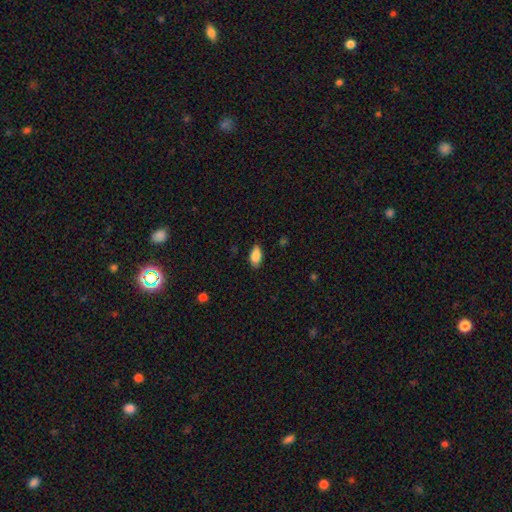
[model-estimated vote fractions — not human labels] Smooth or featured? Predicted: smooth (p=0.88). How rounded? Predicted: in between (p=0.92). Merging? Predicted: none (p=0.83).